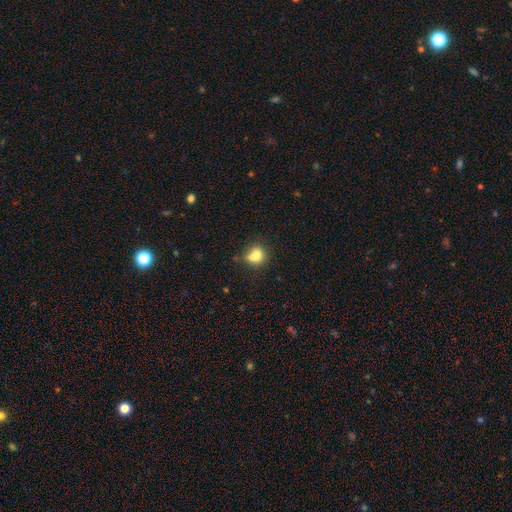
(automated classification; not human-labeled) smooth_or_featured: smooth (p=0.72) [alt: featured or disk p=0.16]
how_rounded: round (p=0.65) [alt: in between p=0.34]
merging: merger (p=0.44) [alt: none p=0.36]